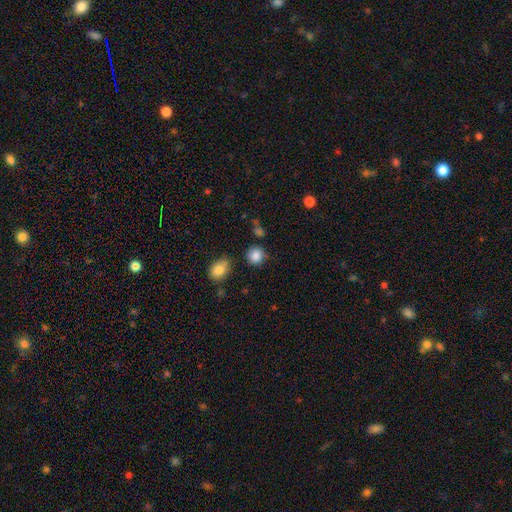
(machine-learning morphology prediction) smooth-or-featured: smooth: 86% | star or artifact: 10% | featured or disk: 4%
  how-rounded: round: 88% | in between: 11% | cigar-shaped: 1%
  merging: none: 80% | minor disturbance: 12% | merger: 5% | major disturbance: 3%